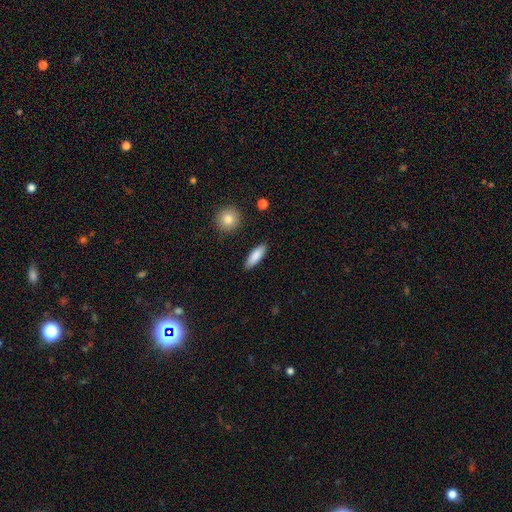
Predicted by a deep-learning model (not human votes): Overall: smooth (86%). How rounded: in between (56%; cigar-shaped 41%). Merging: none (87%).